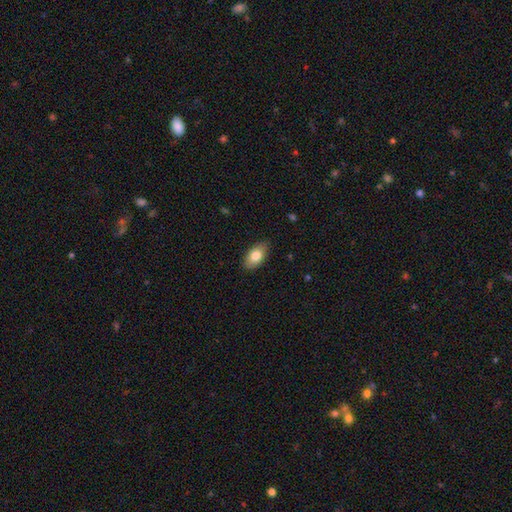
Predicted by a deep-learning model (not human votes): Morphology: type=smooth (80%); roundness=in between (92%); merging=none (86%).